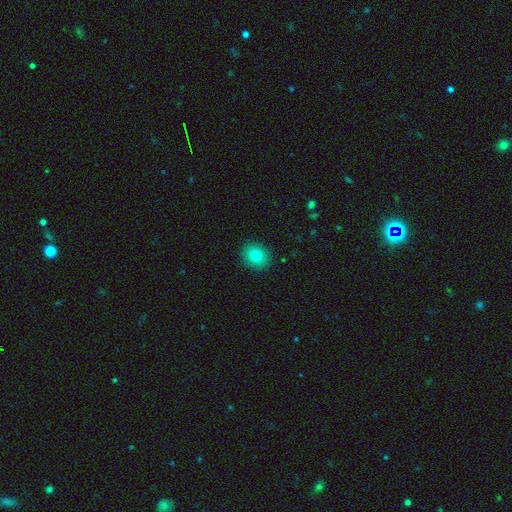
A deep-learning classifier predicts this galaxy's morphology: Overall: smooth (82%). How rounded: round (64%; in between 35%). Merging: none (89%).